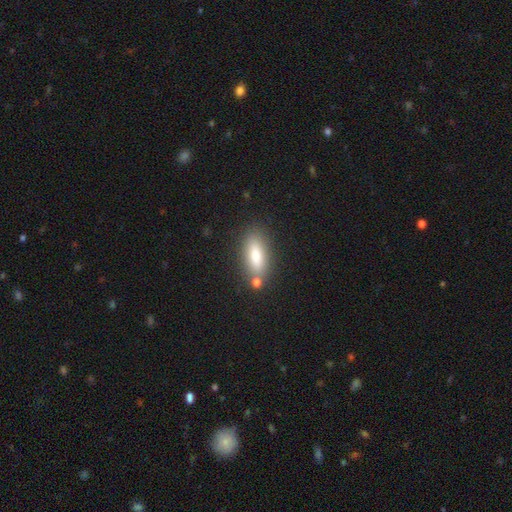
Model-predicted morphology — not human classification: Q: Smooth or featured?
A: smooth (75%); runner-up: featured or disk (16%)
Q: How rounded?
A: in between (72%); runner-up: cigar-shaped (25%)
Q: Merging?
A: none (77%); runner-up: minor disturbance (12%)